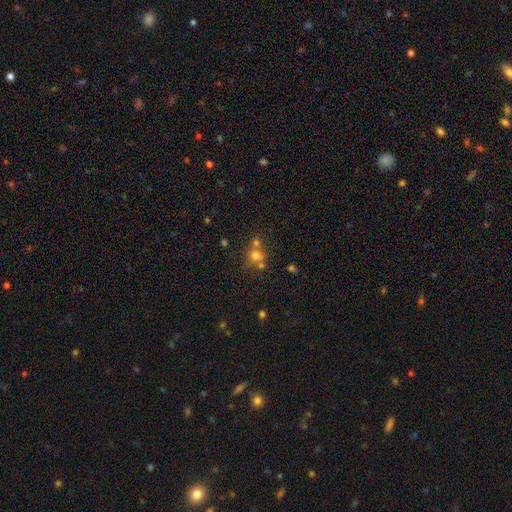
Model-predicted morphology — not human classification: type=smooth (67%); roundness=round (83%); merging=none (48%).